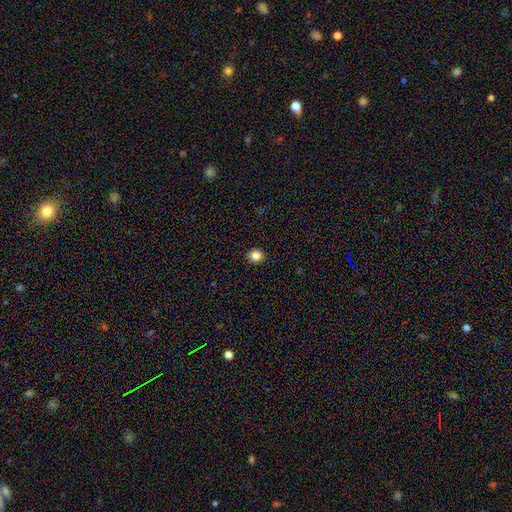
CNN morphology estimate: Smooth or featured: smooth — 84% (star or artifact — 11%)
How rounded: round — 93% (in between — 6%)
Merging: none — 93% (minor disturbance — 5%)